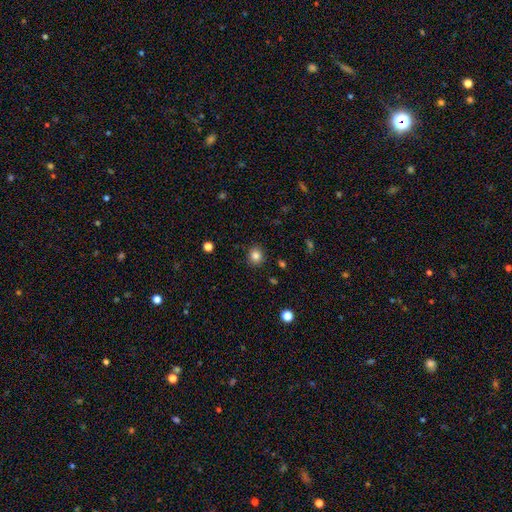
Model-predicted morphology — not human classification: Smooth or featured?
  - smooth: 83% *
  - star or artifact: 11%
  - featured or disk: 6%
How rounded?
  - round: 85% *
  - in between: 14%
  - cigar-shaped: 1%
Merging?
  - none: 90% *
  - minor disturbance: 7%
  - major disturbance: 2%
  - merger: 1%